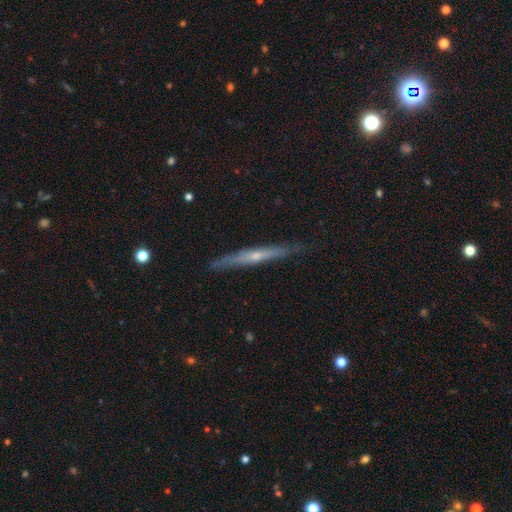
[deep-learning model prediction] Smooth or featured?
  - featured or disk: 65% *
  - smooth: 29%
  - star or artifact: 6%
Edge-on disk?
  - yes: 94% *
  - no: 6%
Edge-on bulge?
  - rounded: 61% *
  - none: 35%
  - boxy: 4%
Merging?
  - none: 84% *
  - minor disturbance: 13%
  - major disturbance: 2%
  - merger: 1%